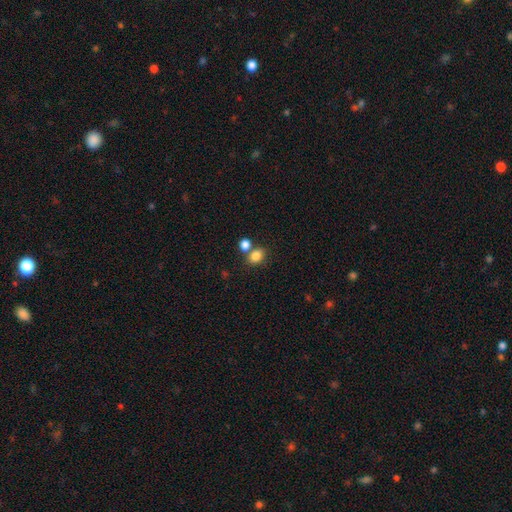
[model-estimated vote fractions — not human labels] Smooth or featured?
  - smooth: 83% *
  - star or artifact: 11%
  - featured or disk: 6%
How rounded?
  - in between: 50% *
  - round: 49%
  - cigar-shaped: 1%
Merging?
  - none: 58% *
  - merger: 29%
  - minor disturbance: 10%
  - major disturbance: 4%